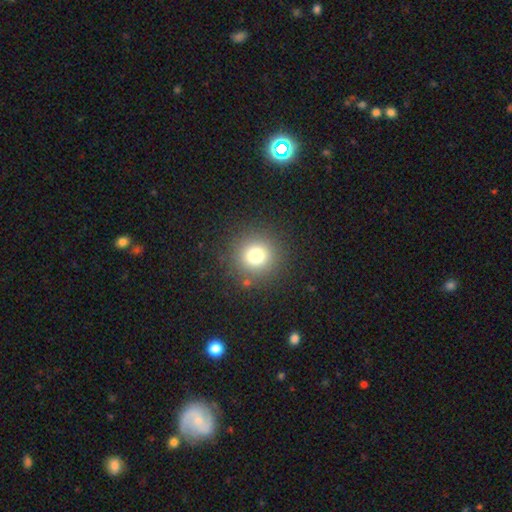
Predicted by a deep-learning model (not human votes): smooth_or_featured: smooth (p=0.74) [alt: star or artifact p=0.16]
how_rounded: round (p=0.95) [alt: in between p=0.04]
merging: none (p=0.89) [alt: minor disturbance p=0.06]